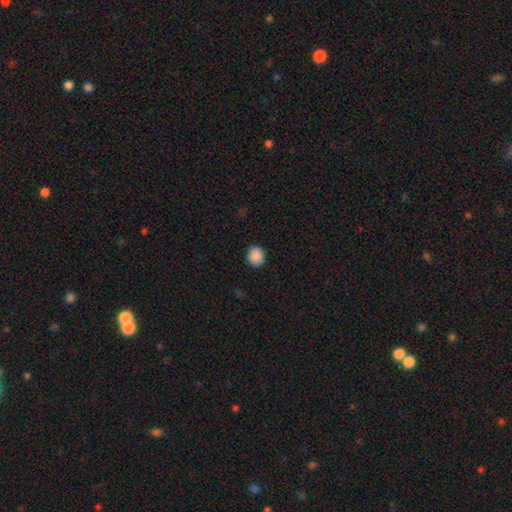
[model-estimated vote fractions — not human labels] Smooth or featured? smooth (89%)
How rounded? round (82%)
Merging? none (91%)